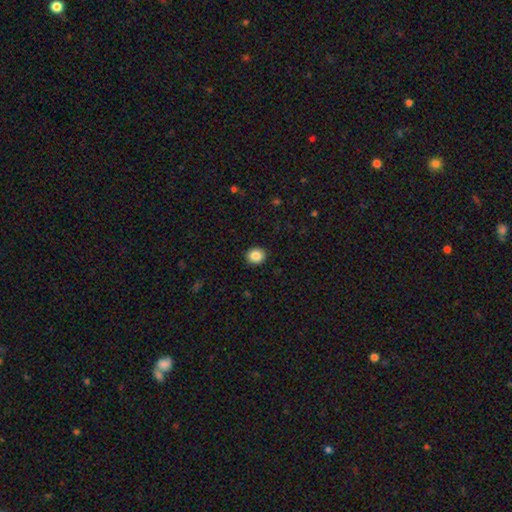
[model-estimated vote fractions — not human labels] Smooth or featured? Predicted: smooth (p=0.86). How rounded? Predicted: round (p=0.81). Merging? Predicted: none (p=0.92).